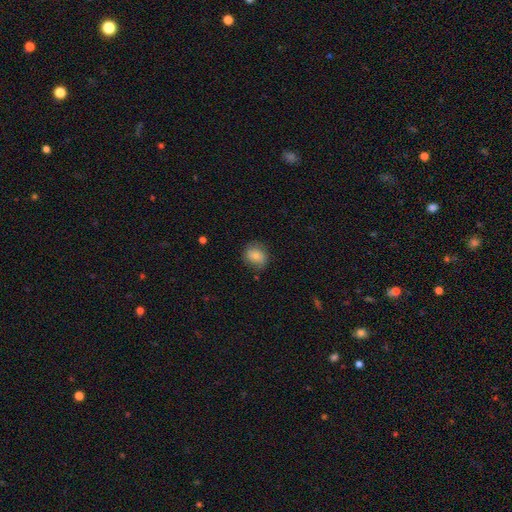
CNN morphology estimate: smooth_or_featured: smooth (p=0.75) [alt: featured or disk p=0.16]
how_rounded: round (p=0.58) [alt: in between p=0.41]
merging: none (p=0.72) [alt: minor disturbance p=0.20]